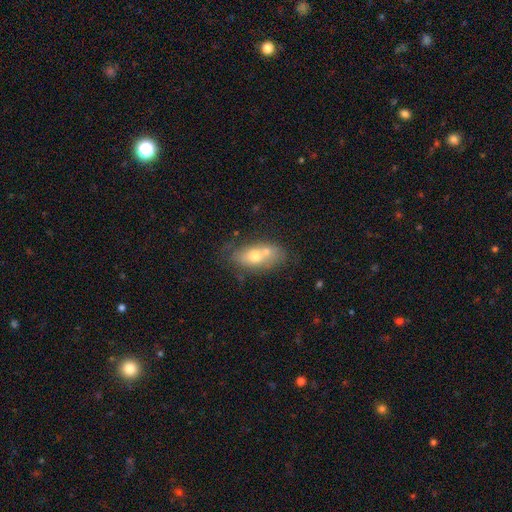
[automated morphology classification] type=smooth (63%); roundness=in between (82%); merging=merger (41%).